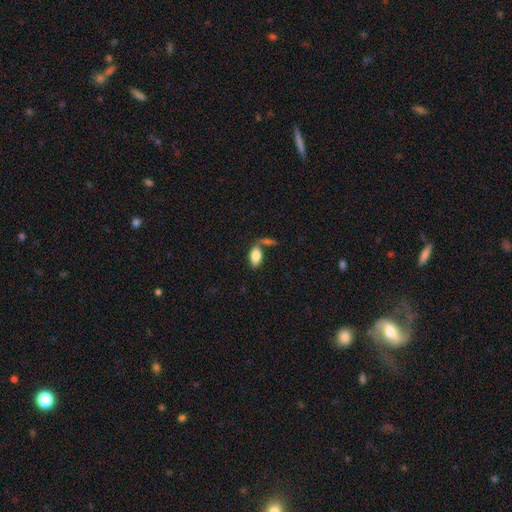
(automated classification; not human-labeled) smooth-or-featured: smooth: 83% | featured or disk: 11% | star or artifact: 7%
  how-rounded: in between: 91% | cigar-shaped: 6% | round: 3%
  merging: none: 58% | merger: 24% | minor disturbance: 13% | major disturbance: 5%